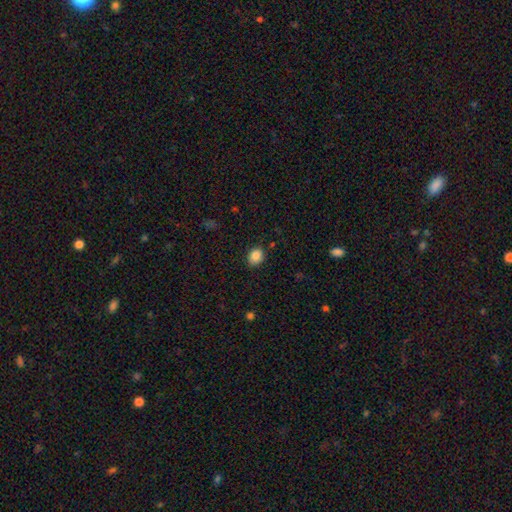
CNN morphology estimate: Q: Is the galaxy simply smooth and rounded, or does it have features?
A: smooth — 86%.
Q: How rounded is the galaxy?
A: round — 55%.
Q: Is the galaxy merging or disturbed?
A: none — 83%.